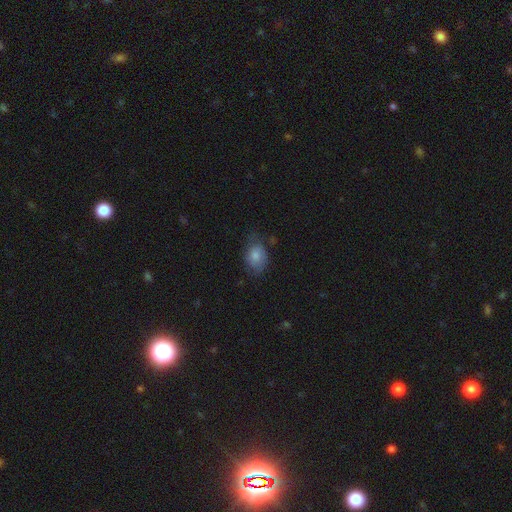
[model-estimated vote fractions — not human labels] Smooth or featured: smooth — 77% (featured or disk — 15%)
How rounded: in between — 72% (round — 27%)
Merging: none — 55% (minor disturbance — 31%)